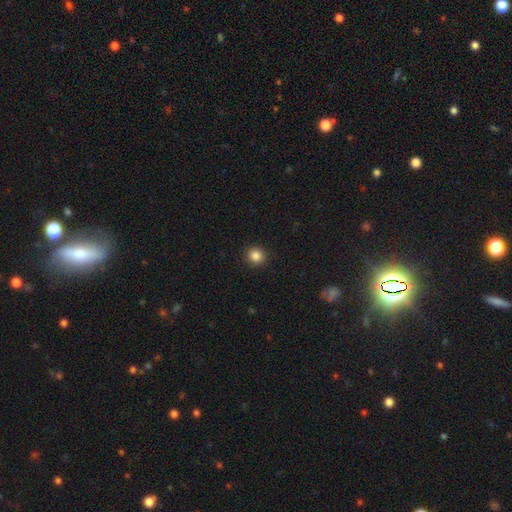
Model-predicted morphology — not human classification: smooth 86%, star or artifact 11%, featured or disk 4%. Down the decision tree: how rounded — round (92%); merging — none (92%).